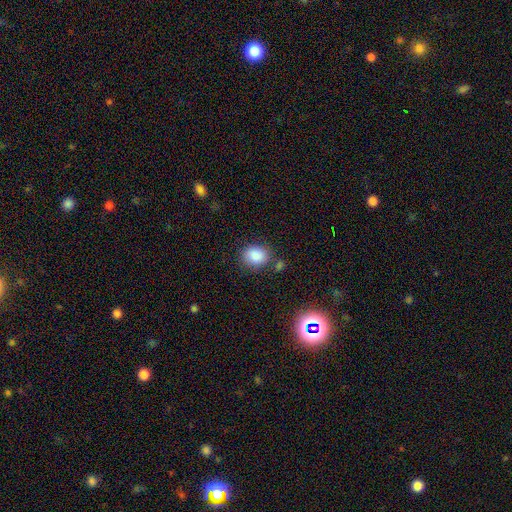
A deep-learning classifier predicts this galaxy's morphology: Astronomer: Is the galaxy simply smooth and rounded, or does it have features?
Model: smooth — 86%.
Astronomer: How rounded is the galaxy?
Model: round — 53% (runner-up: in between, 45%).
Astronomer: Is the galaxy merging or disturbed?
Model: none — 75%.